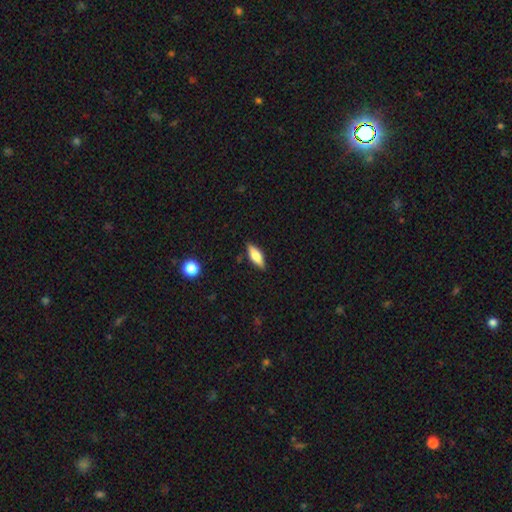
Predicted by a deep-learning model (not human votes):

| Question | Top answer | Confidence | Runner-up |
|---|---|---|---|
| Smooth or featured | smooth | 60% | featured or disk (33%) |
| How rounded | in between | 58% | cigar-shaped (39%) |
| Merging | none | 86% | minor disturbance (10%) |